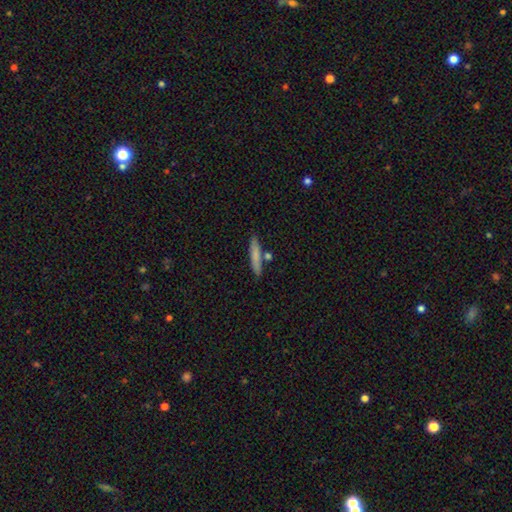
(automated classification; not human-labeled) Smooth or featured? Predicted: smooth (p=0.75). How rounded? Predicted: cigar-shaped (p=0.88). Merging? Predicted: none (p=0.79).